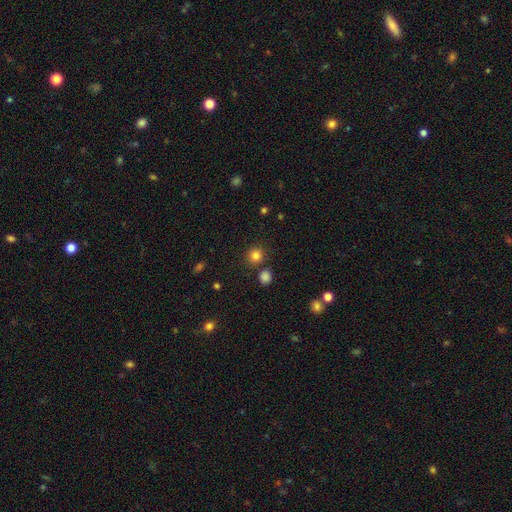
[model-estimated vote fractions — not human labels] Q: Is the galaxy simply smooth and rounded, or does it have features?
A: smooth — 82%.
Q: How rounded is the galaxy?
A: round — 90%.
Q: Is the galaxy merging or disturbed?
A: none — 83%.